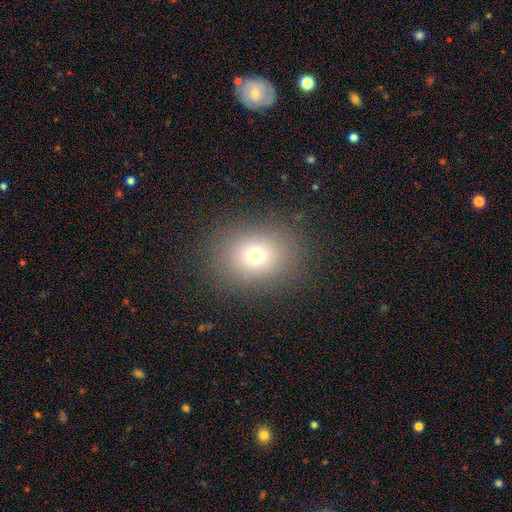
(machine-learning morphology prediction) This appears to be a smooth galaxy with no disk features (72%) that is round (58%). Merging: none (86%).